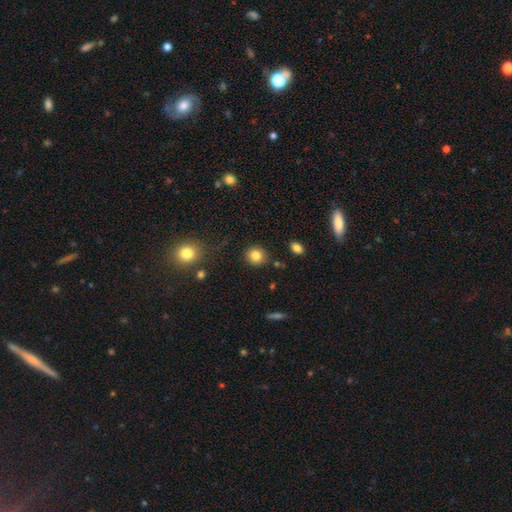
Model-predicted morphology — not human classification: smooth 84%, star or artifact 10%, featured or disk 6%. Down the decision tree: how rounded — round (86%); merging — none (87%).